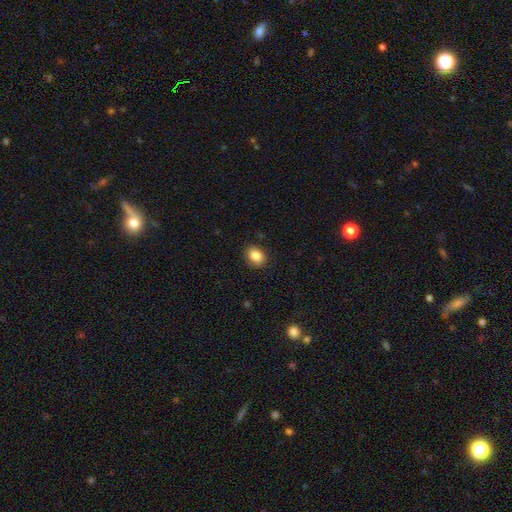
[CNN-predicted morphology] Q: Smooth or featured?
A: smooth (86%); runner-up: star or artifact (9%)
Q: How rounded?
A: in between (52%); runner-up: round (47%)
Q: Merging?
A: none (86%); runner-up: minor disturbance (11%)